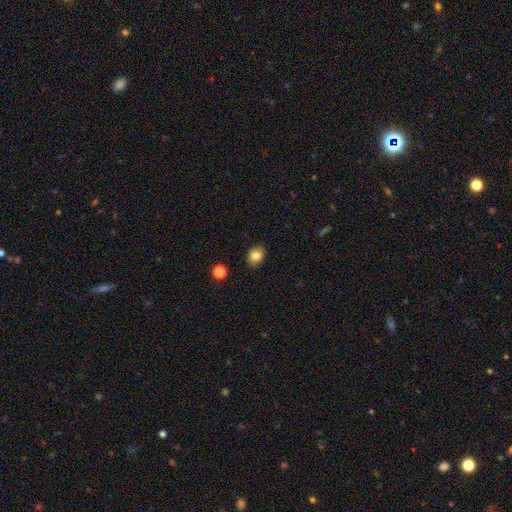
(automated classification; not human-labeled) A smooth galaxy with no disk features (81%) that is in between round and cigar-shaped (58%). Merging: none (85%).